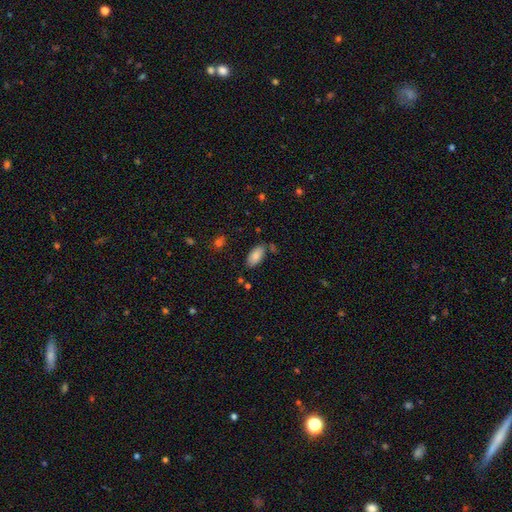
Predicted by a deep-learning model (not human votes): smooth 85%, featured or disk 8%, star or artifact 7%. Down the decision tree: how rounded — in between (92%); merging — none (77%).